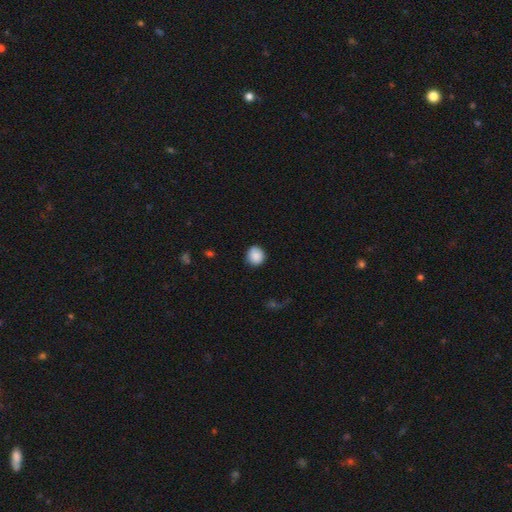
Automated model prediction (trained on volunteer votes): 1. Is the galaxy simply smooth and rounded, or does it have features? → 88% smooth, 8% star or artifact, 4% featured or disk.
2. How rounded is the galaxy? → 83% round, 16% in between, 1% cigar-shaped.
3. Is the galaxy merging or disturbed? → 82% none, 13% minor disturbance, 3% major disturbance, 1% merger.